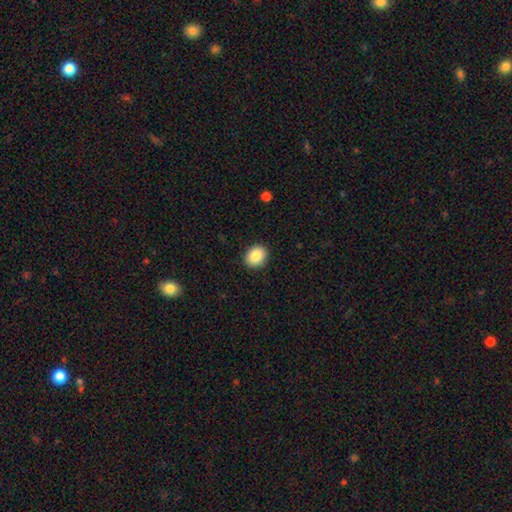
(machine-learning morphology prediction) smooth 86%, star or artifact 8%, featured or disk 5%. Down the decision tree: how rounded — round (65%); merging — none (90%).